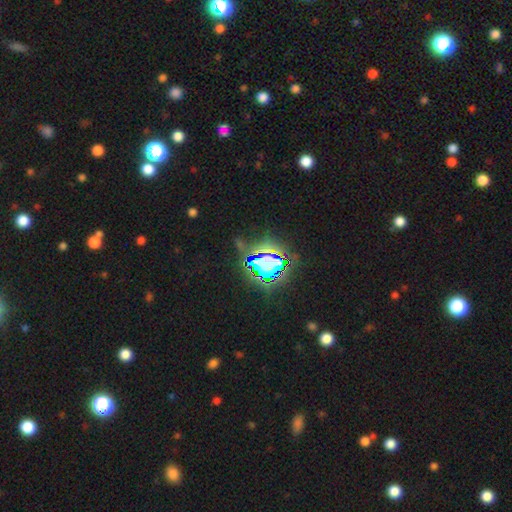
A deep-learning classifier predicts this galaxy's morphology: Smooth or featured? Predicted: star or artifact (p=0.74).